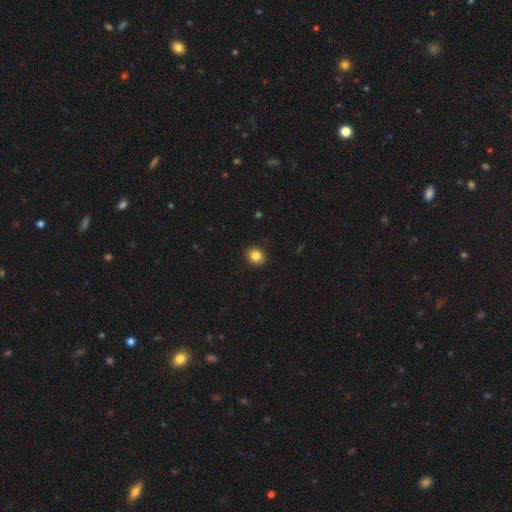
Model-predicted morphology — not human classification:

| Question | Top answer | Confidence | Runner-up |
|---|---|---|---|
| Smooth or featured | smooth | 84% | star or artifact (11%) |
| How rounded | round | 80% | in between (19%) |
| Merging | none | 92% | minor disturbance (6%) |